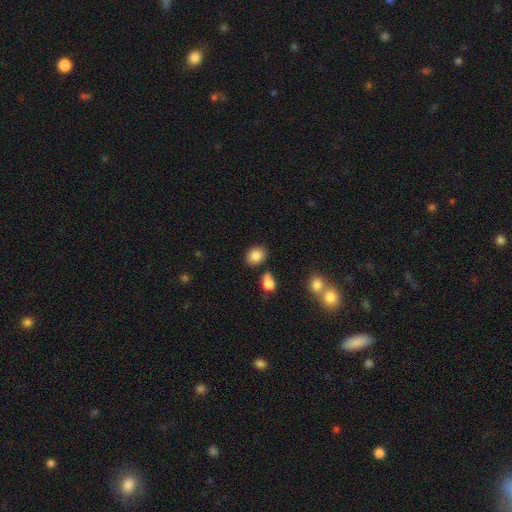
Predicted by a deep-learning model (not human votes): Q: Smooth or featured?
A: smooth (84%); runner-up: star or artifact (10%)
Q: How rounded?
A: round (50%); runner-up: in between (49%)
Q: Merging?
A: none (77%); runner-up: minor disturbance (12%)